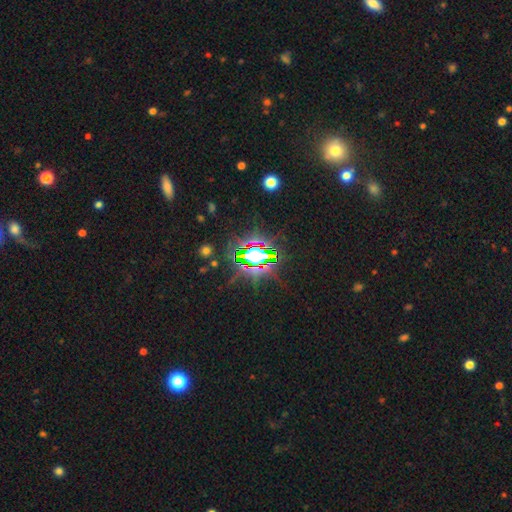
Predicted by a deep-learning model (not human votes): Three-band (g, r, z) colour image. It shows a star or artifact, not a galaxy (78%).